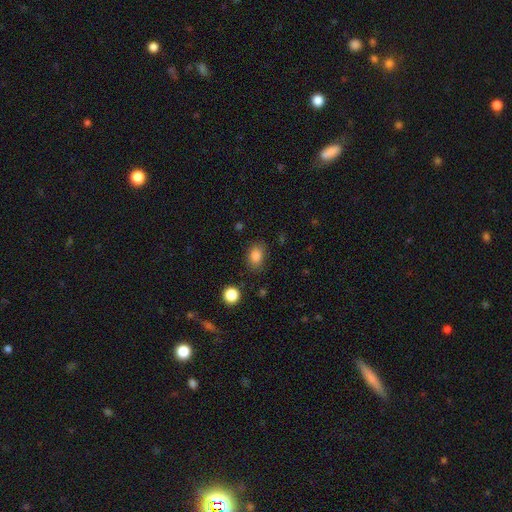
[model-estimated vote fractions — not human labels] Smooth or featured? smooth (85%)
How rounded? in between (70%)
Merging? none (78%)